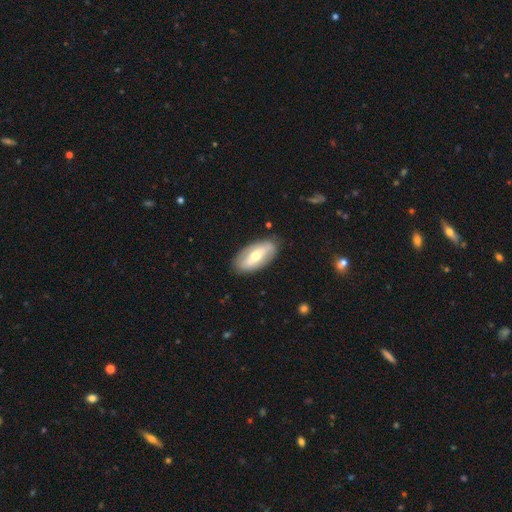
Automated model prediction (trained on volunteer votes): featured or disk 54%, smooth 41%, star or artifact 5%. Down the decision tree: edge-on disk — no (82%); merging — none (82%).